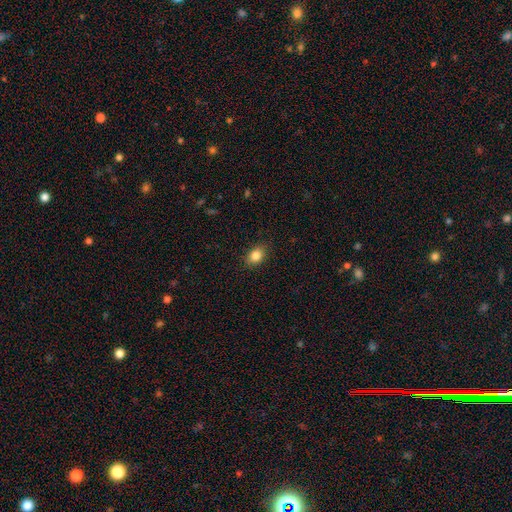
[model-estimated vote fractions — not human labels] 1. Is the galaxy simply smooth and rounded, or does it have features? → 85% smooth, 9% star or artifact, 5% featured or disk.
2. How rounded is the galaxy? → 72% in between, 27% round, 1% cigar-shaped.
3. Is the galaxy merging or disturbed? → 87% none, 10% minor disturbance, 2% major disturbance, 1% merger.